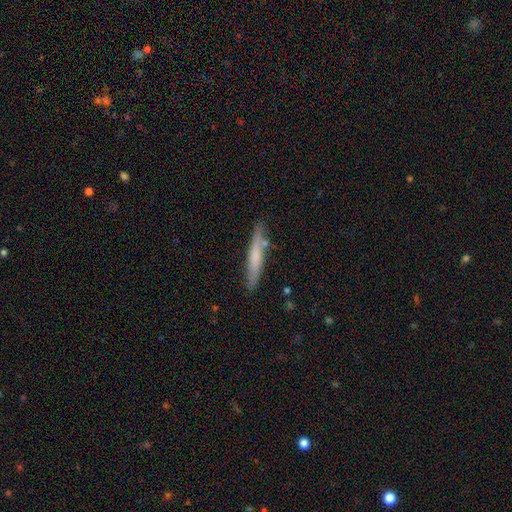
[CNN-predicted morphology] Smooth or featured: smooth — 57% (featured or disk — 37%)
How rounded: cigar-shaped — 94% (in between — 5%)
Merging: none — 80% (minor disturbance — 14%)